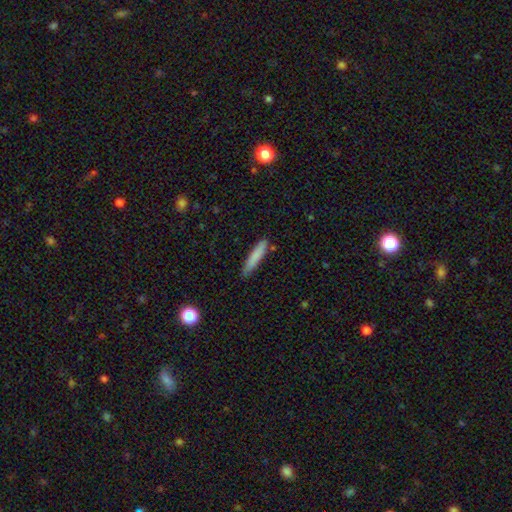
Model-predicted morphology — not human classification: The model was most divided on "smooth or featured": smooth: 80%, featured or disk: 14%, star or artifact: 6%. More confident: how rounded — cigar-shaped (91%); merging — none (82%).